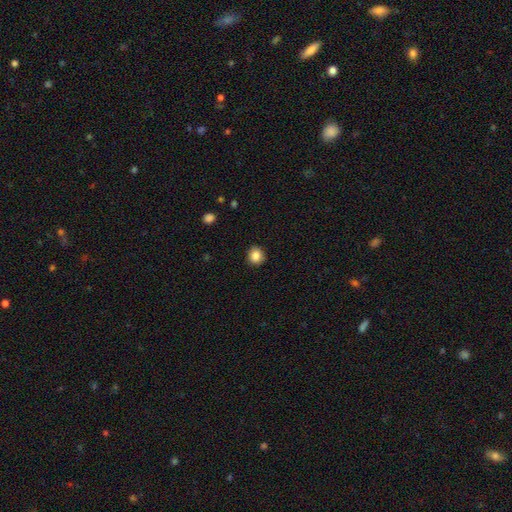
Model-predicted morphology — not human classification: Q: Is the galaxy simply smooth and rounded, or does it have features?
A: smooth — 85%.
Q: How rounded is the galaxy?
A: round — 86%.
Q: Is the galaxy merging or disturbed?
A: none — 91%.